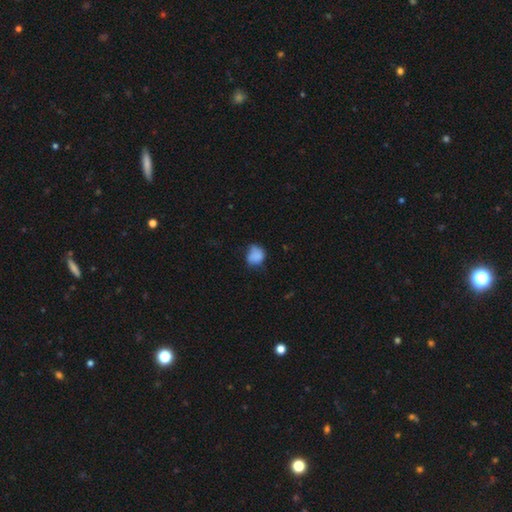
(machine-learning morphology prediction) Smooth or featured?
  - smooth: 80% *
  - featured or disk: 10%
  - star or artifact: 10%
How rounded?
  - round: 61% *
  - in between: 38%
  - cigar-shaped: 1%
Merging?
  - none: 49% *
  - minor disturbance: 36%
  - major disturbance: 12%
  - merger: 3%